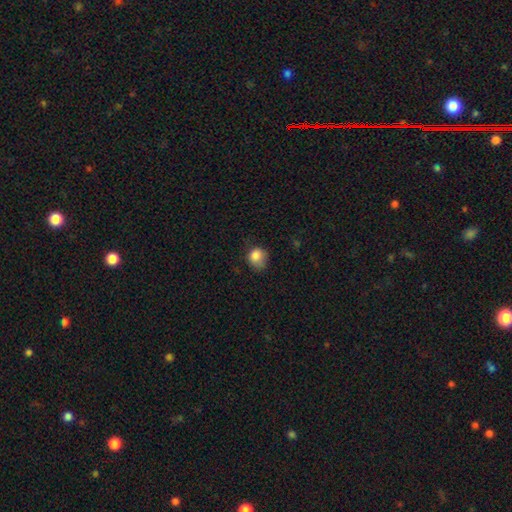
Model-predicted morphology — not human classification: smooth-or-featured: smooth: 84% | star or artifact: 10% | featured or disk: 6%
  how-rounded: round: 67% | in between: 32% | cigar-shaped: 1%
  merging: none: 48% | minor disturbance: 35% | major disturbance: 15% | merger: 2%